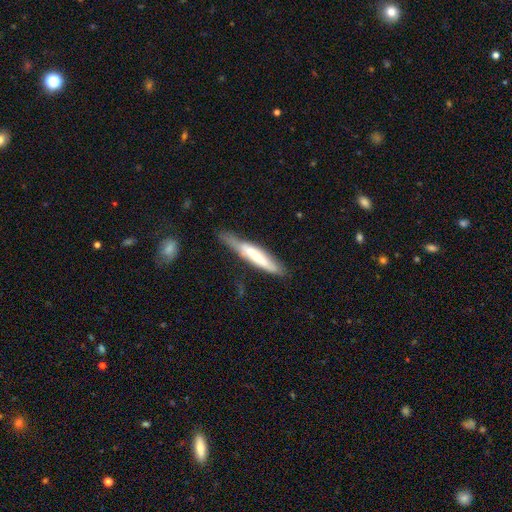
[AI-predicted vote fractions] This appears to be a featured or disk galaxy (49%). Merging: none (59%).